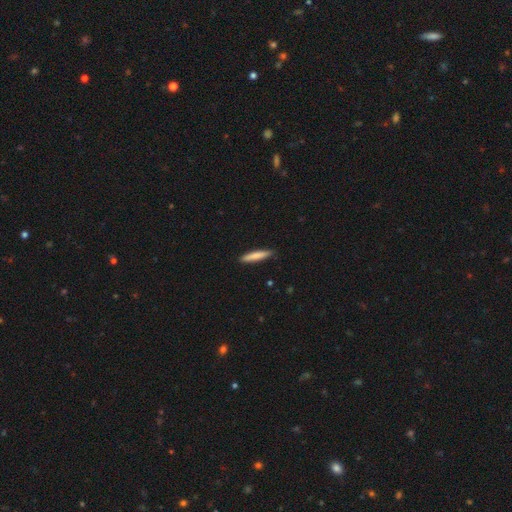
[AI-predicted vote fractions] Overall: smooth (81%). How rounded: cigar-shaped (91%). Merging: none (90%).